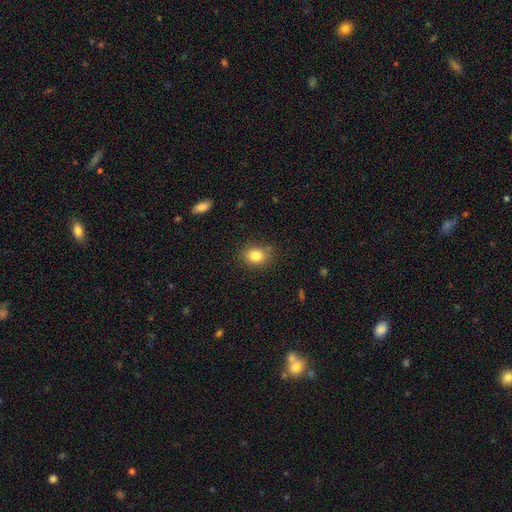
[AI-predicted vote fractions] A smooth galaxy with no disk features (83%) that is in between round and cigar-shaped (50%). Merging: none (84%).